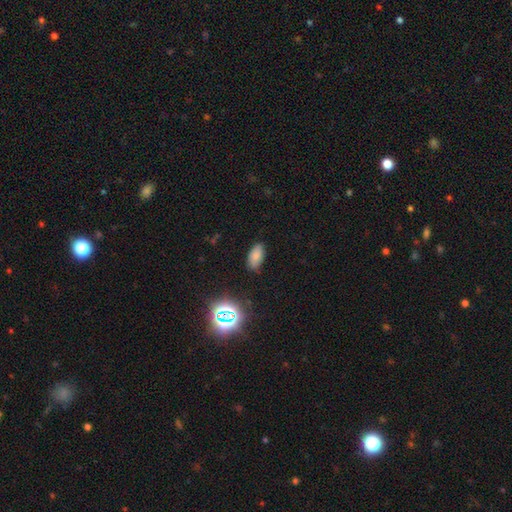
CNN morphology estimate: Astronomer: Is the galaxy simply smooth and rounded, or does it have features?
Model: smooth — 77%.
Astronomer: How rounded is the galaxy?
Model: in between — 92%.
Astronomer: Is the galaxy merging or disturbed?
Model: none — 83%.